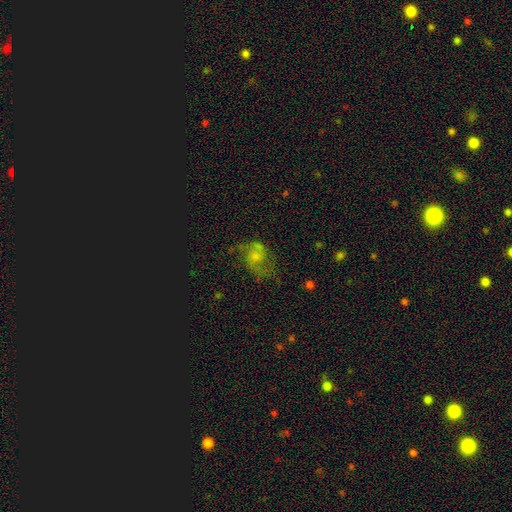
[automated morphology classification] Smooth or featured? featured or disk (66%)
Edge-on disk? no (97%)
Bar? no (65%)
Spiral arms? yes (90%)
Spiral winding? medium (47%)
Spiral arm count? 2 (86%)
Bulge size? small (43%)
Merging? none (64%)